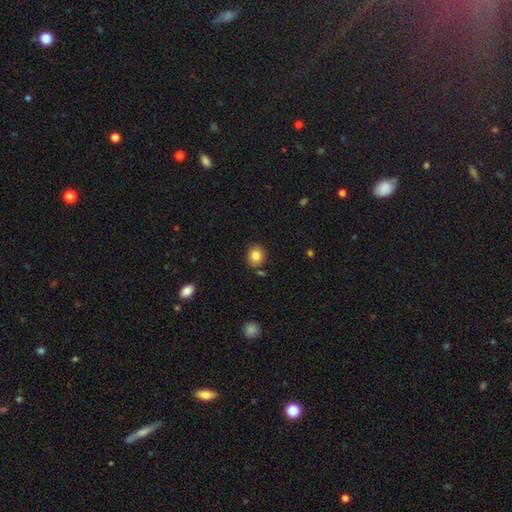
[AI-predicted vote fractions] smooth 83%, star or artifact 10%, featured or disk 8%. Down the decision tree: how rounded — round (71%); merging — none (84%).